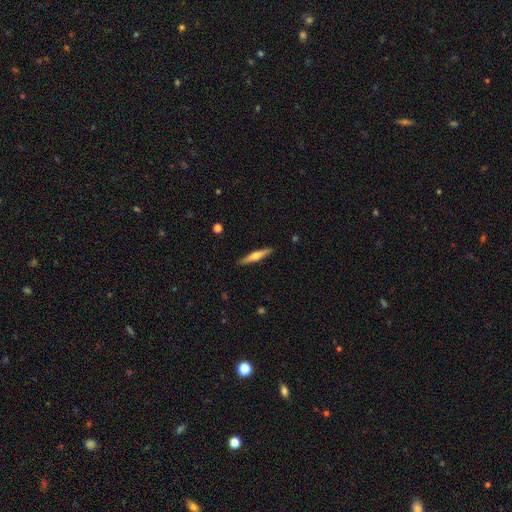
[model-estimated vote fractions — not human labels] A featured or disk galaxy (49%). Merging: none (91%).